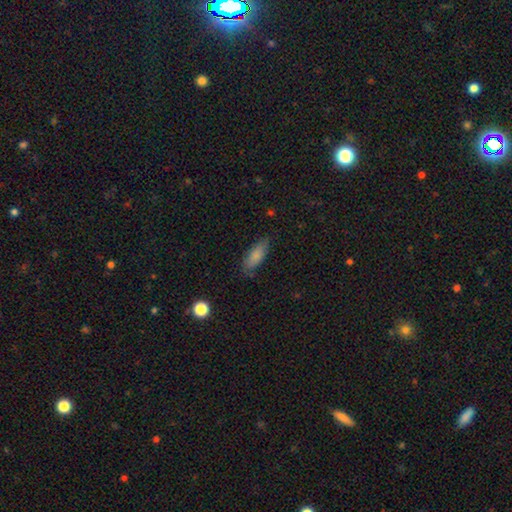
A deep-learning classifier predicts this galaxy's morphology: Smooth or featured? Predicted: smooth (p=0.82). How rounded? Predicted: in between (p=0.69). Merging? Predicted: none (p=0.76).